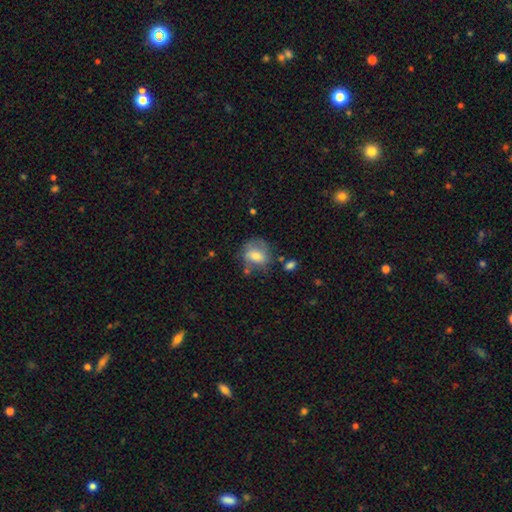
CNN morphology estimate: smooth-or-featured: smooth: 51% | featured or disk: 40% | star or artifact: 9%
  how-rounded: round: 54% | in between: 45% | cigar-shaped: 1%
  merging: none: 53% | minor disturbance: 25% | major disturbance: 15% | merger: 7%